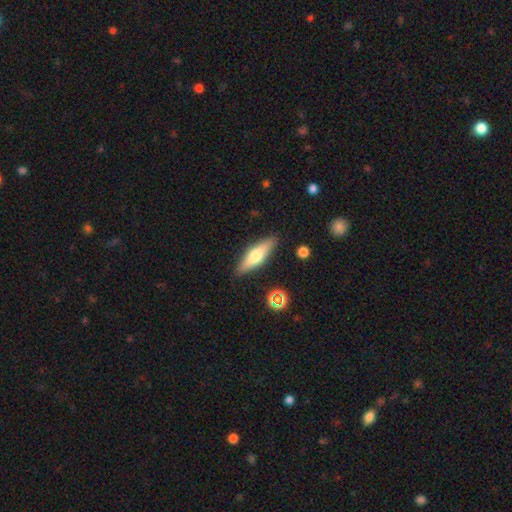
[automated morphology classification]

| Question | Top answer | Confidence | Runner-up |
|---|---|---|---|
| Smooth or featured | smooth | 55% | featured or disk (39%) |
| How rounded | cigar-shaped | 58% | in between (40%) |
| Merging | none | 87% | minor disturbance (9%) |